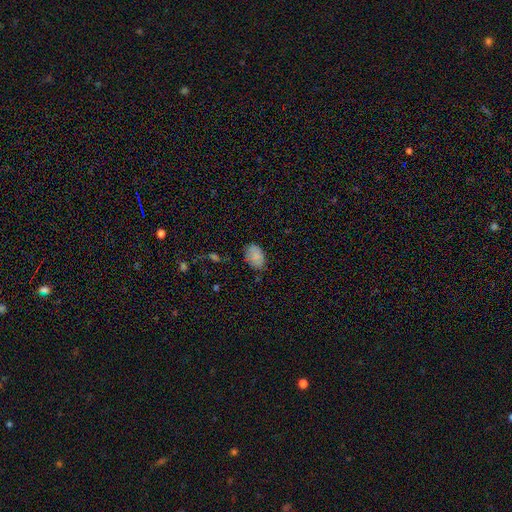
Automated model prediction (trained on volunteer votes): A smooth galaxy with no disk features (80%) that is in between round and cigar-shaped (87%). Merging: none (76%).